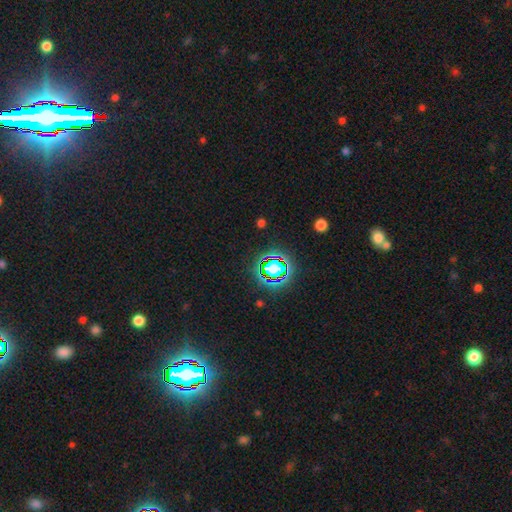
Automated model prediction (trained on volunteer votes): Morphology: type=star or artifact (80%).